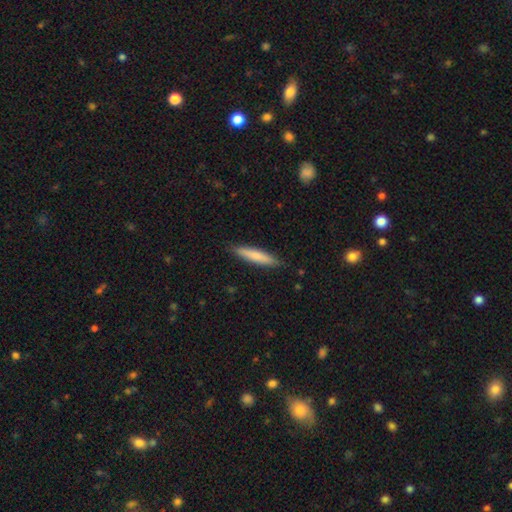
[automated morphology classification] Smooth or featured? Predicted: smooth (p=0.75). How rounded? Predicted: cigar-shaped (p=0.88). Merging? Predicted: none (p=0.88).